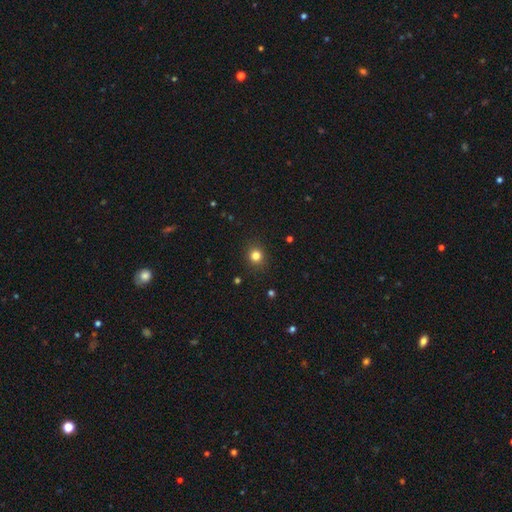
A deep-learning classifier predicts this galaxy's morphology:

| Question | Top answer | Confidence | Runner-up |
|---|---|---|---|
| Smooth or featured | smooth | 81% | star or artifact (14%) |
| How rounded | round | 88% | in between (11%) |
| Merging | none | 90% | minor disturbance (7%) |